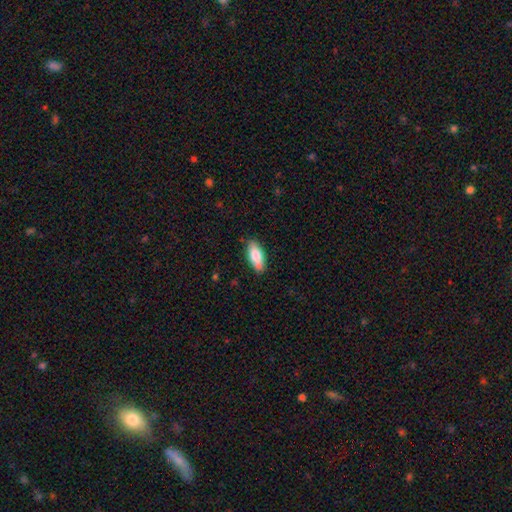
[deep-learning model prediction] A smooth galaxy with no disk features (80%) that is in between round and cigar-shaped (78%).

Vote fractions:
- Smooth or featured? smooth: 80% / featured or disk: 14% / star or artifact: 6%
- How rounded? in between: 78% / cigar-shaped: 20% / round: 2%
- Merging? none: 85% / minor disturbance: 12% / major disturbance: 2% / merger: 1%